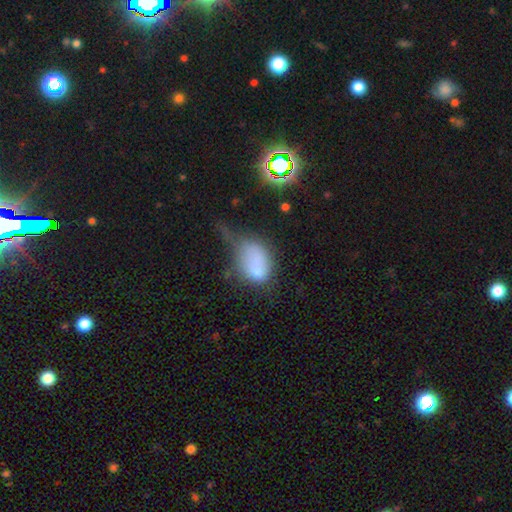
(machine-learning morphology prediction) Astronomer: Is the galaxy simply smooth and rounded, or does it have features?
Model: smooth — 68%.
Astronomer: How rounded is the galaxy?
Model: in between — 76%.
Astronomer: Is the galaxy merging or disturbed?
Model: major disturbance — 40% (runner-up: minor disturbance, 23%).